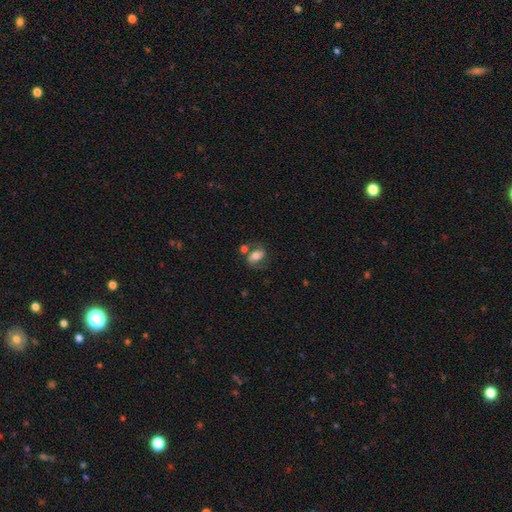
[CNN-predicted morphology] Smooth or featured? smooth (51%)
How rounded? in between (77%)
Merging? none (48%)